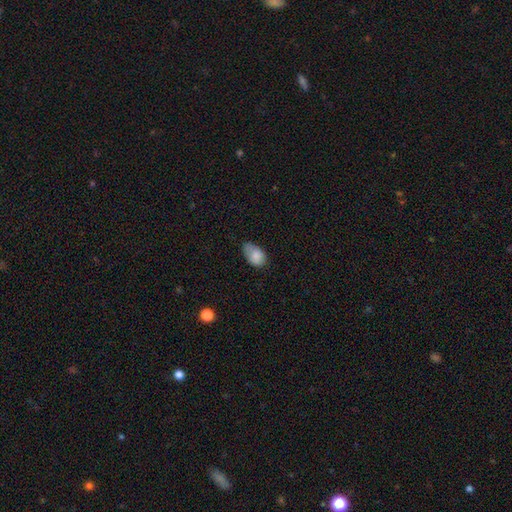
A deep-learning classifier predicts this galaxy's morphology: Smooth or featured? smooth (84%)
How rounded? in between (90%)
Merging? none (48%)